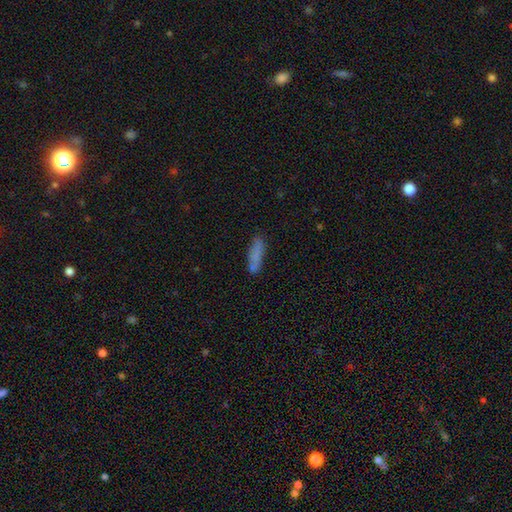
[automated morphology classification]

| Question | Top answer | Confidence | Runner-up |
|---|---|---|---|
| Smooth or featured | smooth | 77% | featured or disk (14%) |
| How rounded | cigar-shaped | 72% | in between (26%) |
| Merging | none | 75% | minor disturbance (16%) |